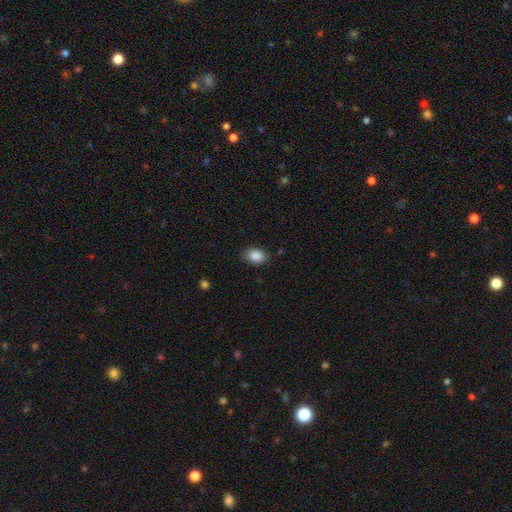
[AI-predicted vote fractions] smooth-or-featured: smooth: 88% | star or artifact: 8% | featured or disk: 4%
  how-rounded: in between: 76% | round: 23% | cigar-shaped: 1%
  merging: none: 83% | minor disturbance: 12% | major disturbance: 3% | merger: 1%